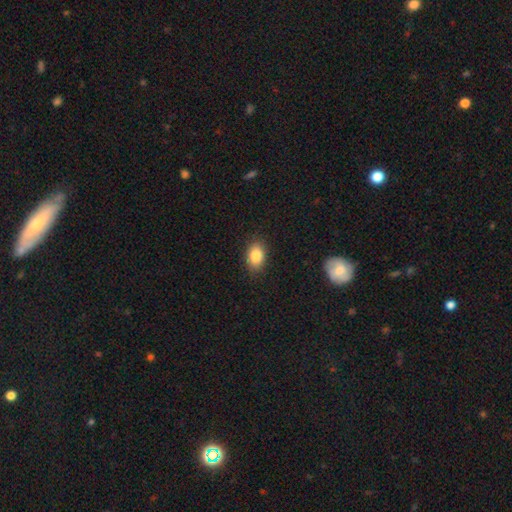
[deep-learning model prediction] Overall: smooth (84%). How rounded: in between (83%). Merging: none (87%).